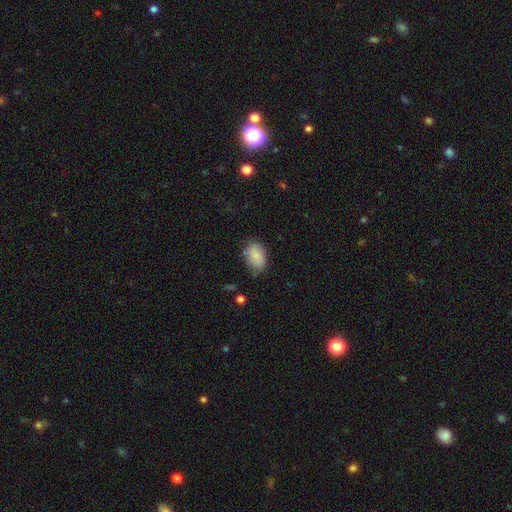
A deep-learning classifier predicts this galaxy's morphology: smooth-or-featured: smooth: 86% | star or artifact: 7% | featured or disk: 7%
  how-rounded: in between: 85% | round: 14% | cigar-shaped: 1%
  merging: none: 65% | minor disturbance: 27% | major disturbance: 6% | merger: 2%